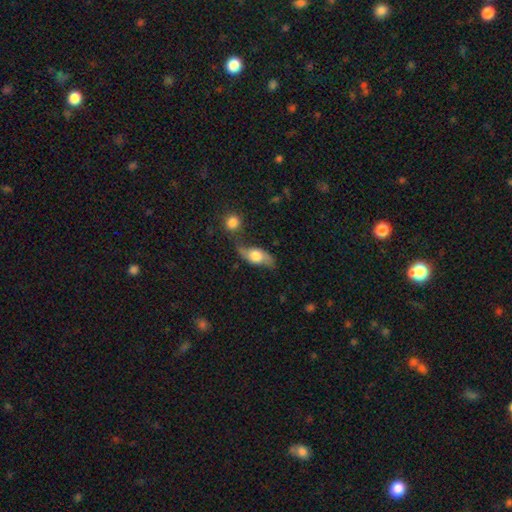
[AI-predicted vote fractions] smooth-or-featured: featured or disk: 59% | smooth: 33% | star or artifact: 8%
  disk-edge-on: no: 80% | yes: 20%
  merging: none: 53% | minor disturbance: 22% | merger: 13% | major disturbance: 12%